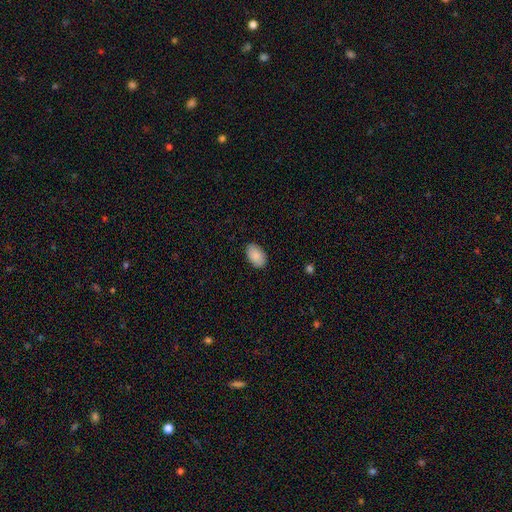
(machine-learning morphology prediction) Q: Smooth or featured?
A: smooth (89%); runner-up: star or artifact (6%)
Q: How rounded?
A: in between (93%); runner-up: round (6%)
Q: Merging?
A: none (88%); runner-up: minor disturbance (9%)